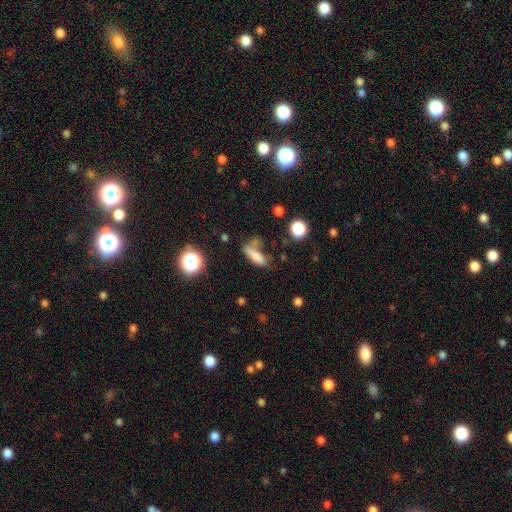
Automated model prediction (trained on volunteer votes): Q: Smooth or featured?
A: smooth (75%); runner-up: featured or disk (13%)
Q: How rounded?
A: in between (48%); tied with: cigar-shaped (48%)
Q: Merging?
A: none (41%); runner-up: minor disturbance (24%)